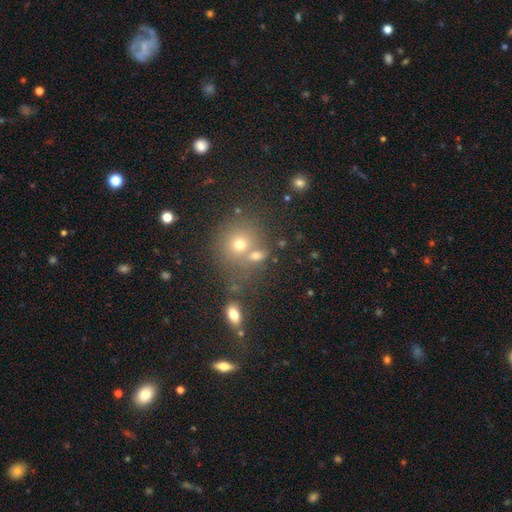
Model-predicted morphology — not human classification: Smooth or featured?
  - smooth: 67% *
  - star or artifact: 18%
  - featured or disk: 15%
How rounded?
  - round: 57% *
  - in between: 40%
  - cigar-shaped: 2%
Merging?
  - none: 50% *
  - merger: 34%
  - minor disturbance: 11%
  - major disturbance: 6%